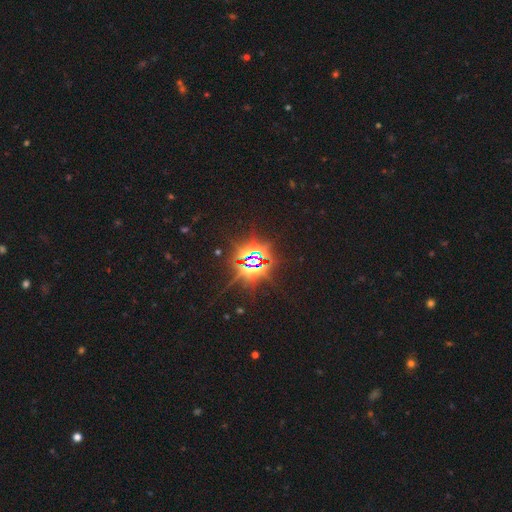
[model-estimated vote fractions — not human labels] This is clearly a star or artifact rather than a galaxy (85%).